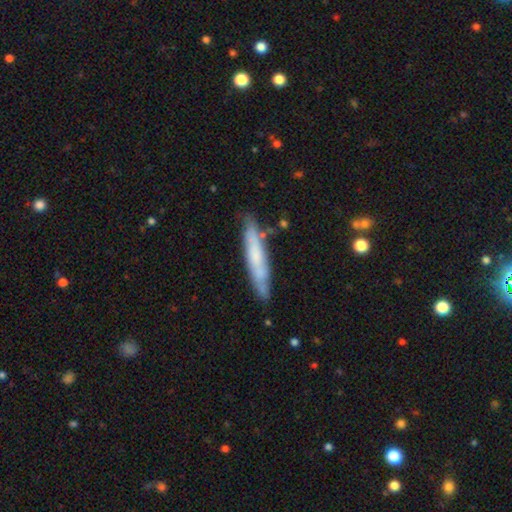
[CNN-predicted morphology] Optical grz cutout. It shows a smooth galaxy with no disk features (50%). Merging: none (78%).